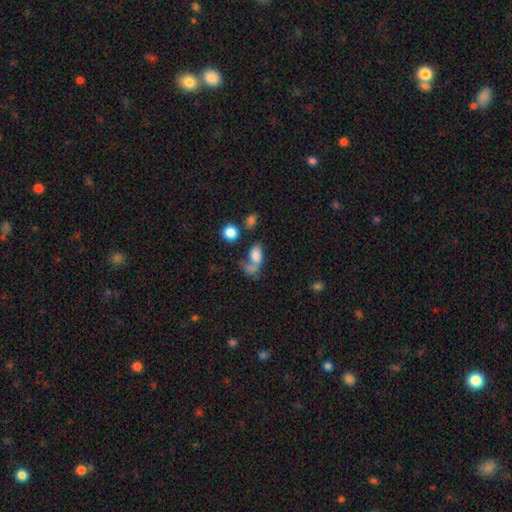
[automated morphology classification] smooth_or_featured: smooth (p=0.74) [alt: featured or disk p=0.15]
how_rounded: in between (p=0.85) [alt: round p=0.12]
merging: merger (p=0.44) [alt: none p=0.28]